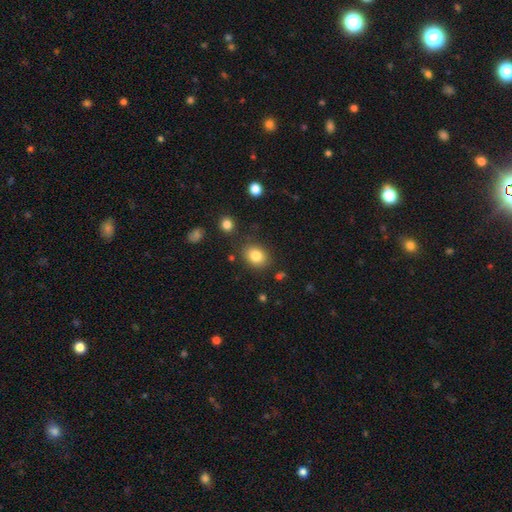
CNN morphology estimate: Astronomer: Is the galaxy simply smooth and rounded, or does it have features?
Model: smooth — 83%.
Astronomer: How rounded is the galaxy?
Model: in between — 51% (runner-up: round, 49%).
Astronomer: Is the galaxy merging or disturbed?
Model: none — 82%.